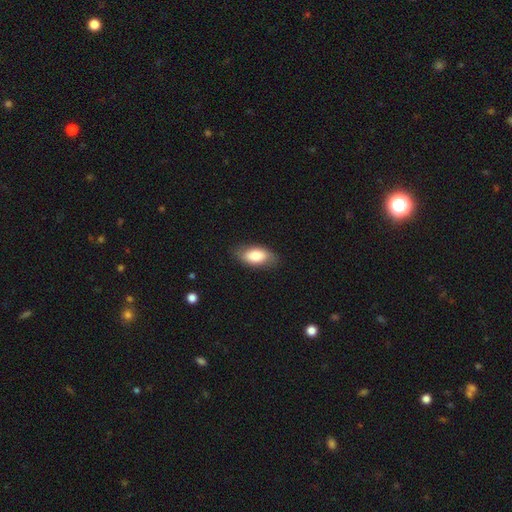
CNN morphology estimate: This is likely a smooth galaxy (78%). How rounded: clearly in between (92%). Merging: clearly none (80%).